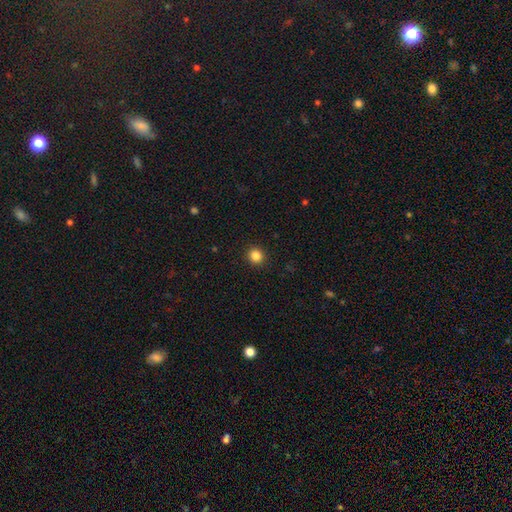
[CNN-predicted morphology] A smooth galaxy with no disk features (85%) that is round (90%).

Vote fractions:
- Smooth or featured? smooth: 85% / star or artifact: 11% / featured or disk: 4%
- How rounded? round: 90% / in between: 9% / cigar-shaped: 1%
- Merging? none: 92% / minor disturbance: 5% / major disturbance: 2% / merger: 1%